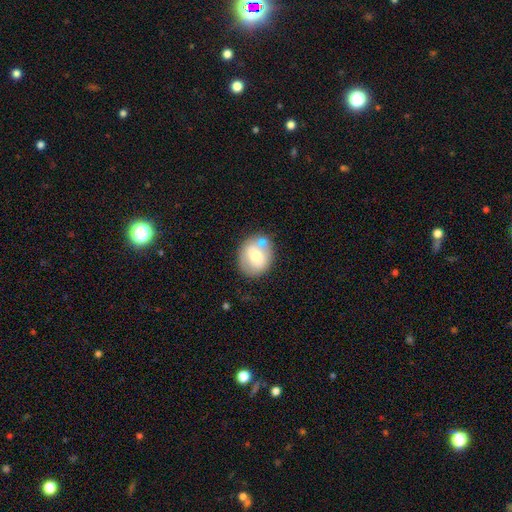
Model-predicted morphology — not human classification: smooth 59%, featured or disk 34%, star or artifact 7%. Down the decision tree: how rounded — round (64%); merging — none (61%).